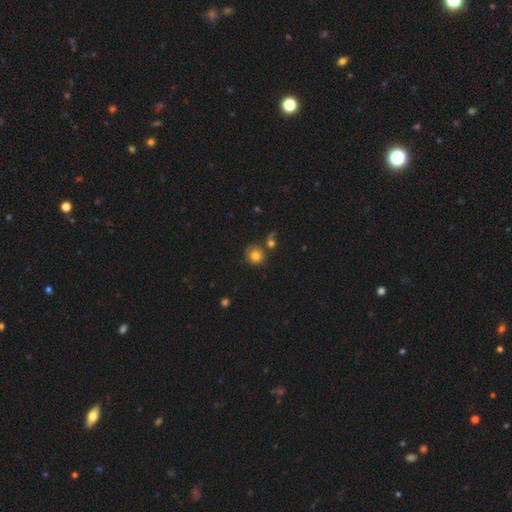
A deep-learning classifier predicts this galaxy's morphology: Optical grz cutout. It shows a smooth galaxy with no disk features (80%) that is round (91%). Merging: none (71%).